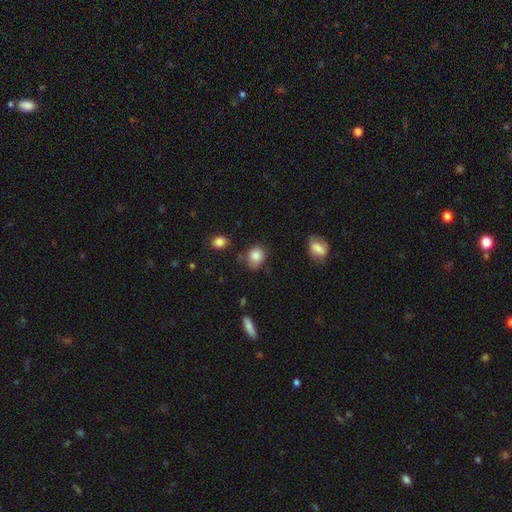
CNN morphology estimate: Smooth or featured: smooth — 85% (star or artifact — 10%)
How rounded: round — 73% (in between — 26%)
Merging: none — 66% (minor disturbance — 25%)